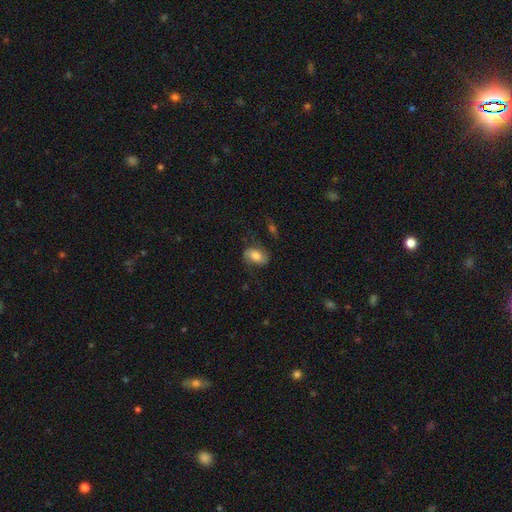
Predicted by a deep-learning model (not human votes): smooth_or_featured: smooth (p=0.51) [alt: featured or disk p=0.41]
how_rounded: in between (p=0.84) [alt: round p=0.13]
merging: none (p=0.65) [alt: minor disturbance p=0.21]